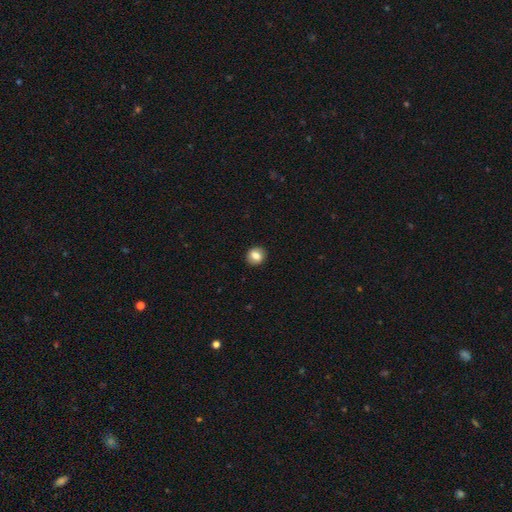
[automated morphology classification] This appears to be a smooth galaxy with no disk features (80%) that is round (81%). Merging: none (91%).